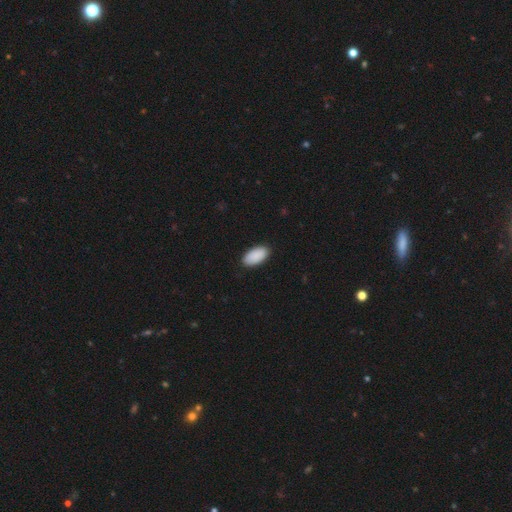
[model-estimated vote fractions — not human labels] A smooth galaxy with no disk features (91%) that is in between round and cigar-shaped (95%). Merging: none (89%).